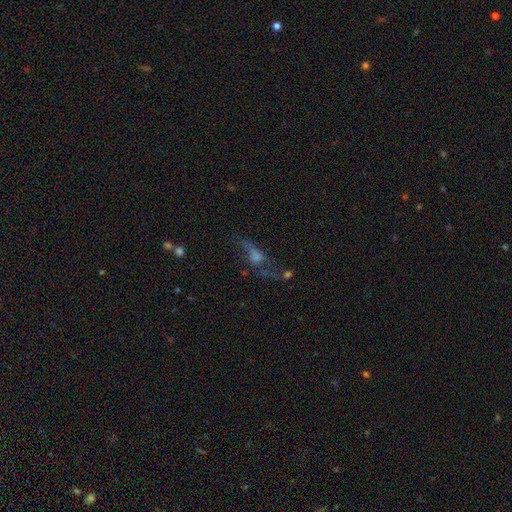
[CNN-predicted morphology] A featured or disk galaxy (54%). Merging: none (44%).